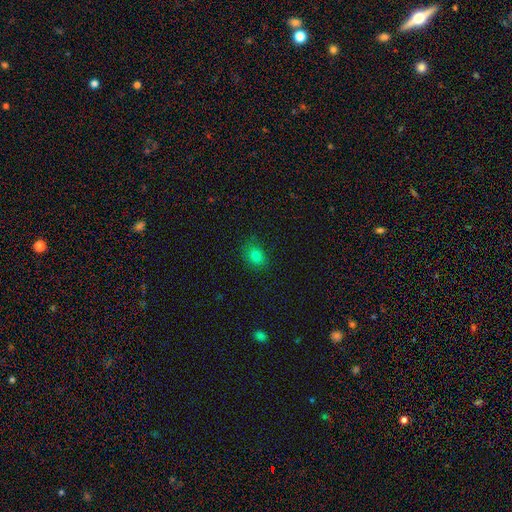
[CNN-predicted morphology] Smooth or featured? Predicted: smooth (p=0.81). How rounded? Predicted: in between (p=0.55). Merging? Predicted: none (p=0.78).